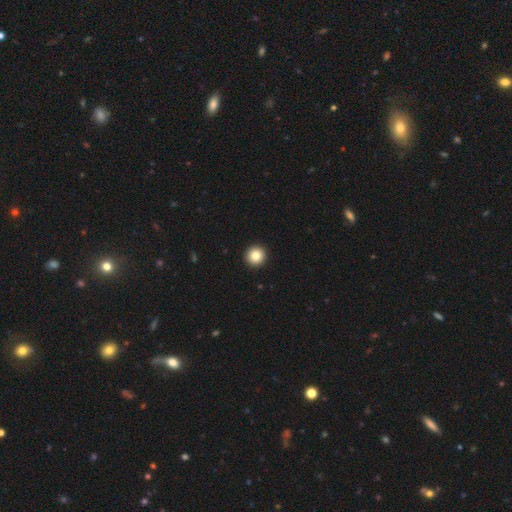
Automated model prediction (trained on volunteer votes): Morphology: type=smooth (84%); roundness=round (96%); merging=none (94%).